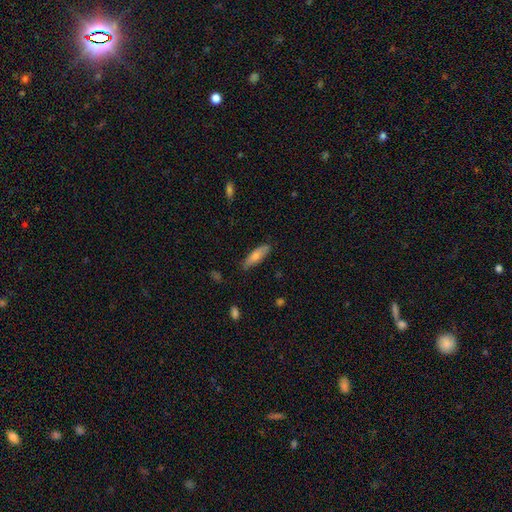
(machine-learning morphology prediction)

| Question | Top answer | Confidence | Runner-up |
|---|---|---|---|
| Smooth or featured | smooth | 68% | featured or disk (26%) |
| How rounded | cigar-shaped | 51% | in between (47%) |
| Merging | none | 83% | minor disturbance (14%) |